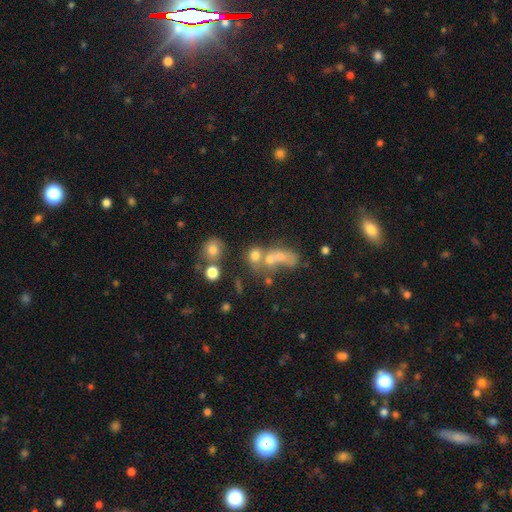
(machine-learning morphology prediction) type=smooth (61%); roundness=round (57%); merging=merger (54%).